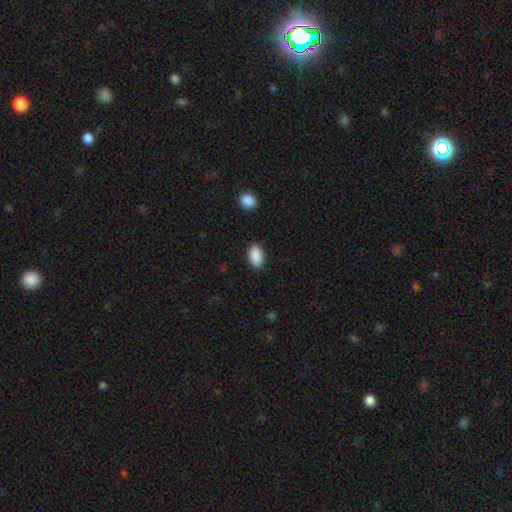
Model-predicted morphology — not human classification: Smooth or featured?
  - smooth: 91% *
  - star or artifact: 7%
  - featured or disk: 3%
How rounded?
  - in between: 94% *
  - round: 5%
  - cigar-shaped: 2%
Merging?
  - none: 88% *
  - minor disturbance: 8%
  - major disturbance: 2%
  - merger: 1%